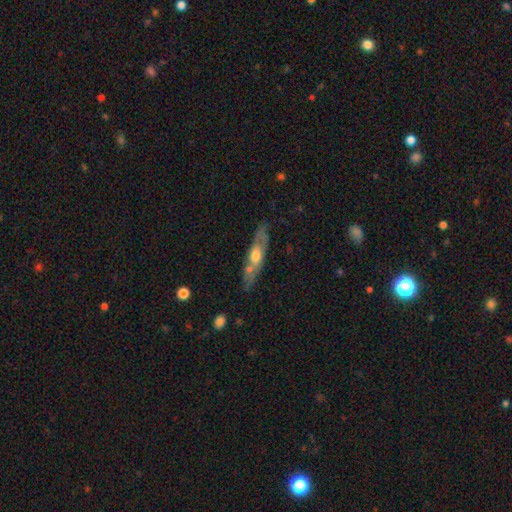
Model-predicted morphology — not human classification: Smooth or featured? featured or disk (56%)
Edge-on disk? yes (59%)
Merging? none (69%)